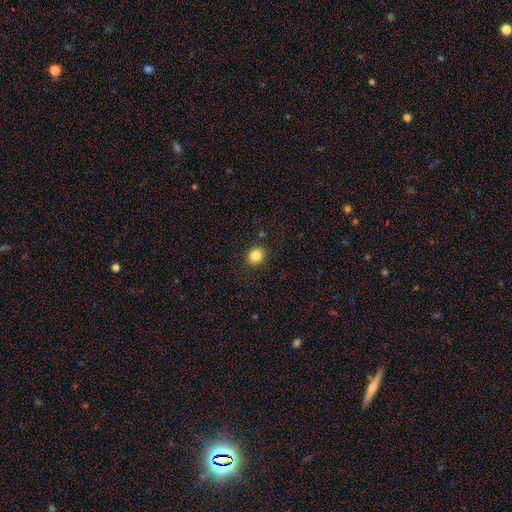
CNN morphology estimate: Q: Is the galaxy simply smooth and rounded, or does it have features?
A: smooth — 83%.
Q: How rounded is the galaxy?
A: round — 79%.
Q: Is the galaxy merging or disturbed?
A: none — 90%.